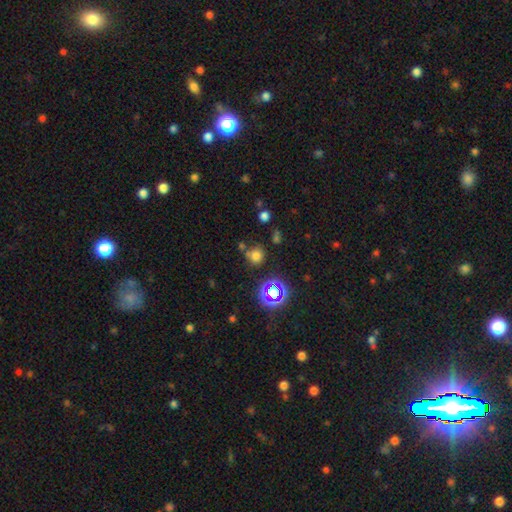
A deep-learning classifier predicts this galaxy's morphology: Smooth or featured? Predicted: smooth (p=0.66). How rounded? Predicted: round (p=0.86). Merging? Predicted: none (p=0.70).